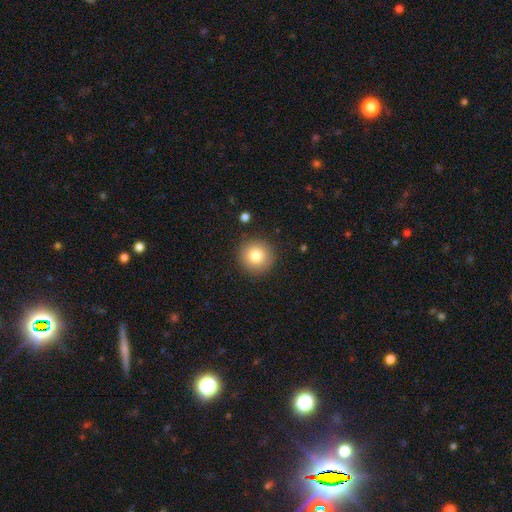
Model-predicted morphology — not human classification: smooth_or_featured: smooth (p=0.81) [alt: star or artifact p=0.10]
how_rounded: round (p=0.95) [alt: in between p=0.04]
merging: none (p=0.89) [alt: minor disturbance p=0.07]